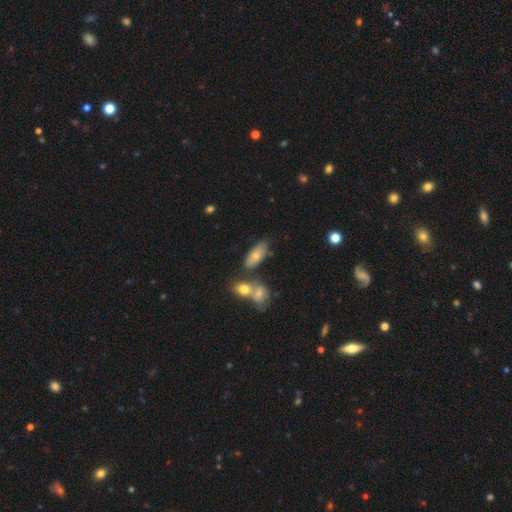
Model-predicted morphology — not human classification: smooth-or-featured: smooth: 70% | featured or disk: 22% | star or artifact: 8%
  how-rounded: in between: 84% | cigar-shaped: 12% | round: 4%
  merging: none: 58% | merger: 23% | minor disturbance: 15% | major disturbance: 5%